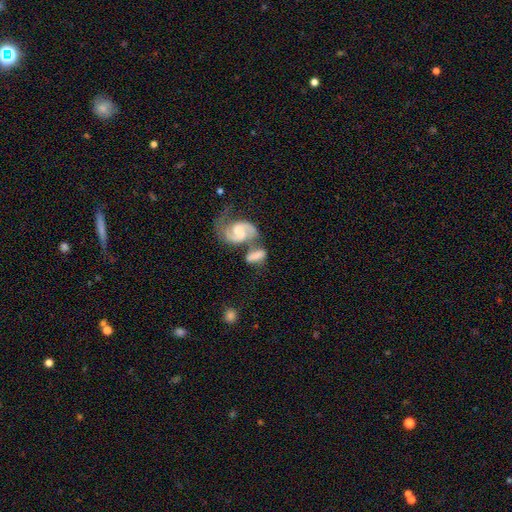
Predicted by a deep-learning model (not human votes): Smooth or featured? featured or disk (57%)
Edge-on disk? no (92%)
Bar? weak (44%)
Spiral arms? yes (87%)
Bulge size? moderate (35%)
Merging? merger (52%)